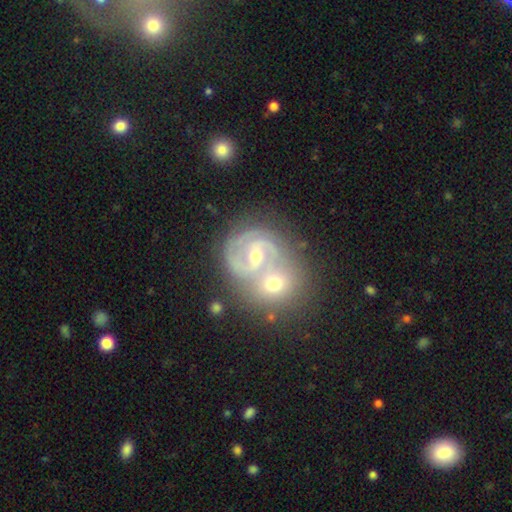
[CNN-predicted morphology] Smooth or featured: featured or disk — 86% (smooth — 8%)
Edge-on disk: no — 98% (yes — 2%)
Bar: weak — 44% (no — 36%)
Spiral arms: yes — 96% (no — 4%)
Spiral winding: medium — 47% (tight — 45%)
Spiral arm count: 2 — 68% (3 — 18%)
Bulge size: moderate — 55% (small — 41%)
Merging: merger — 51% (none — 35%)